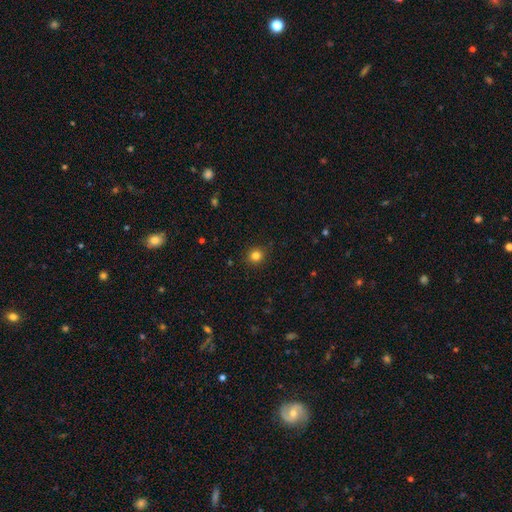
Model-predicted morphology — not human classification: Smooth or featured? Predicted: smooth (p=0.82). How rounded? Predicted: round (p=0.87). Merging? Predicted: none (p=0.90).